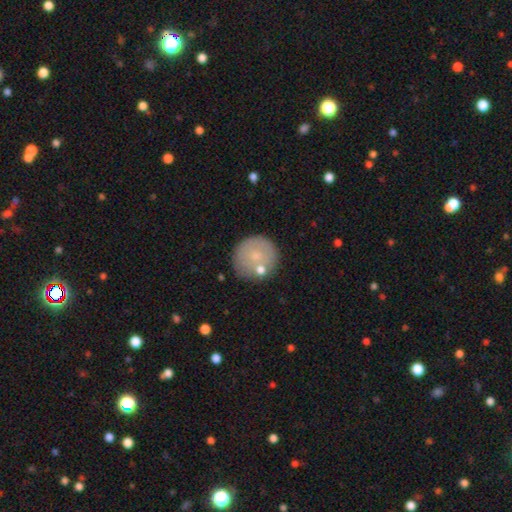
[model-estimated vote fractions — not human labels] This is likely a smooth galaxy (70%). How rounded: clearly round (92%). Merging: likely none (73%).